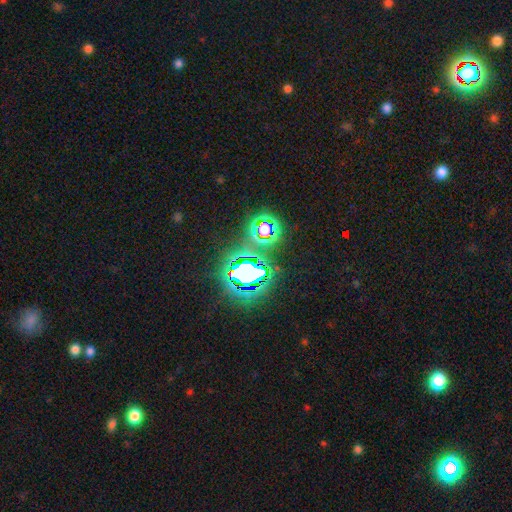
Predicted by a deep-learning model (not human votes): star or artifact 81%, smooth 12%, featured or disk 6%.